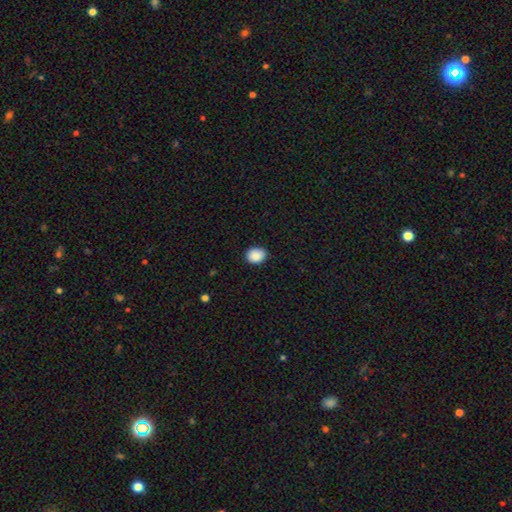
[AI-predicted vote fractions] This appears to be a smooth galaxy with no disk features (88%) that is round (52%). Merging: none (84%).